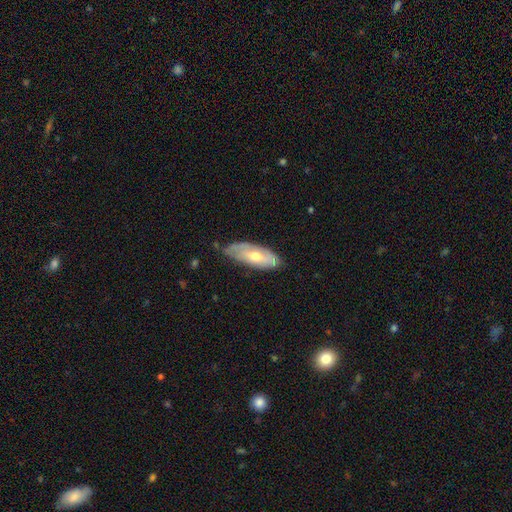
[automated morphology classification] Smooth or featured? featured or disk (50%)
Merging? none (56%)